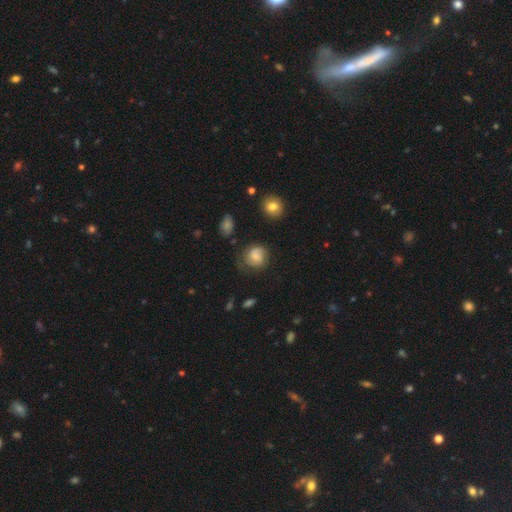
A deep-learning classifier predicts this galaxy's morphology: Q: Smooth or featured?
A: smooth (52%); runner-up: featured or disk (39%)
Q: How rounded?
A: round (77%); runner-up: in between (22%)
Q: Merging?
A: none (61%); runner-up: minor disturbance (24%)